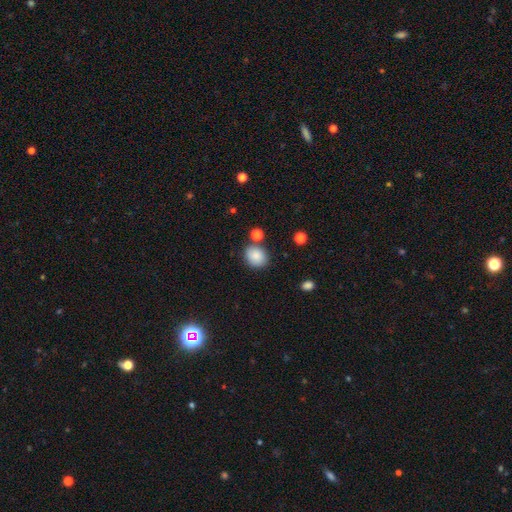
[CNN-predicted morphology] Smooth or featured? Predicted: smooth (p=0.86). How rounded? Predicted: round (p=0.60). Merging? Predicted: none (p=0.78).